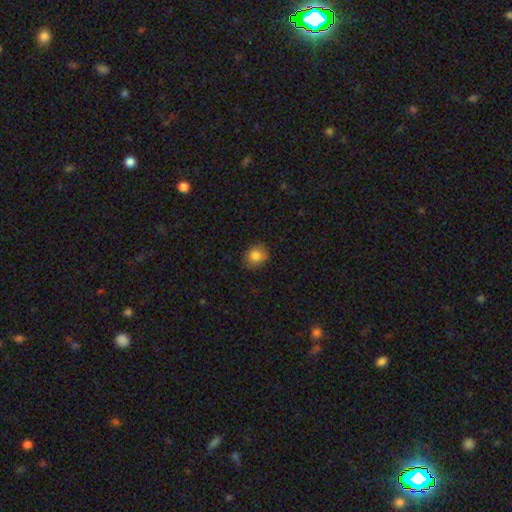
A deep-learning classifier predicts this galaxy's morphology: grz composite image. It shows a smooth galaxy with no disk features (83%) that is round (69%). Merging: none (83%).